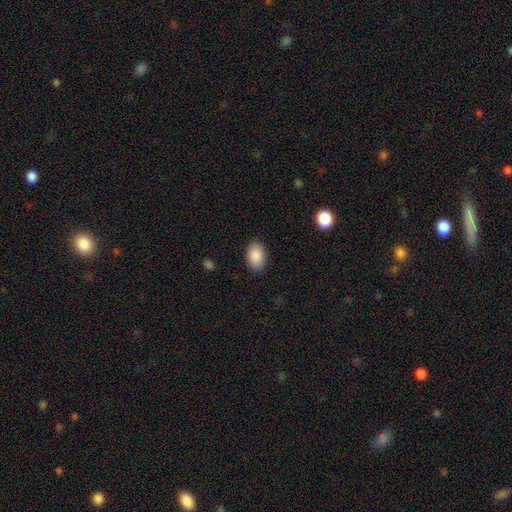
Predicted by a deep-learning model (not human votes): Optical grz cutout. It shows a smooth galaxy with no disk features (90%) that is in between round and cigar-shaped (87%). Merging: none (88%).